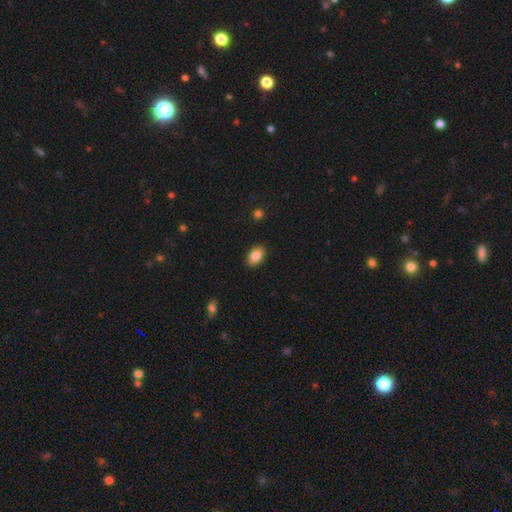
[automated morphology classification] type=smooth (85%); roundness=in between (84%); merging=none (90%).